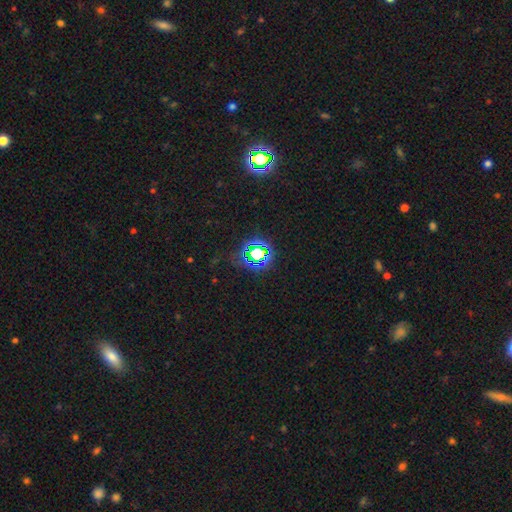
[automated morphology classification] Q: Smooth or featured?
A: star or artifact (68%); runner-up: smooth (22%)